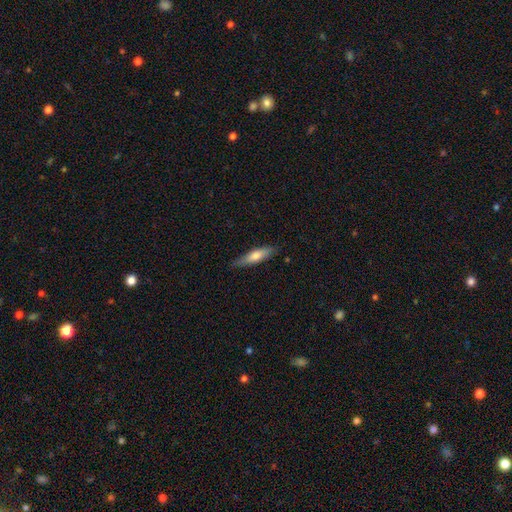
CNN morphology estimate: A smooth galaxy with no disk features (61%) that is cigar-shaped (73%).

Vote fractions:
- Smooth or featured? smooth: 61% / featured or disk: 34% / star or artifact: 6%
- How rounded? cigar-shaped: 73% / in between: 26% / round: 2%
- Merging? none: 83% / minor disturbance: 13% / major disturbance: 2% / merger: 1%